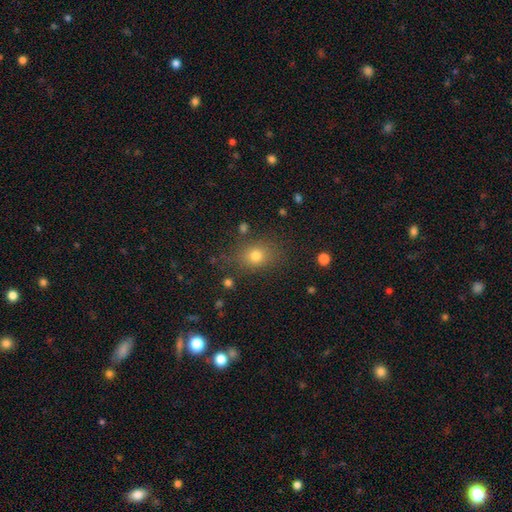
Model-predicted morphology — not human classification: smooth 74%, star or artifact 16%, featured or disk 10%. Down the decision tree: how rounded — round (50%); merging — none (80%).